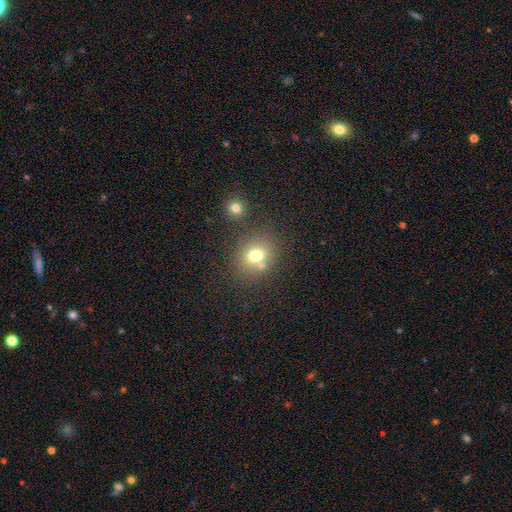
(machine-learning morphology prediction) Smooth or featured? Predicted: smooth (p=0.72). How rounded? Predicted: round (p=0.65). Merging? Predicted: none (p=0.64).